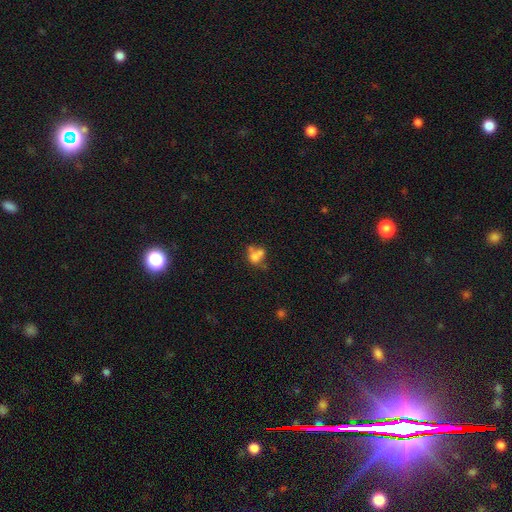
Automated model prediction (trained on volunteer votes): This is likely a smooth galaxy (63%). How rounded: possibly round (56%). Merging: possibly merger (55%).